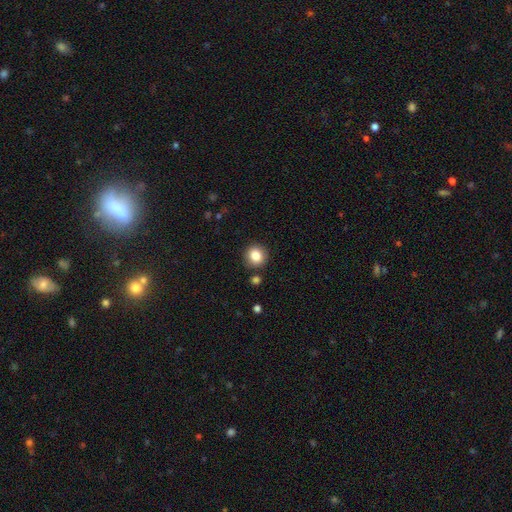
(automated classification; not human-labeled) smooth-or-featured: smooth: 86% | star or artifact: 10% | featured or disk: 5%
  how-rounded: round: 85% | in between: 14% | cigar-shaped: 1%
  merging: none: 87% | minor disturbance: 8% | merger: 3% | major disturbance: 2%